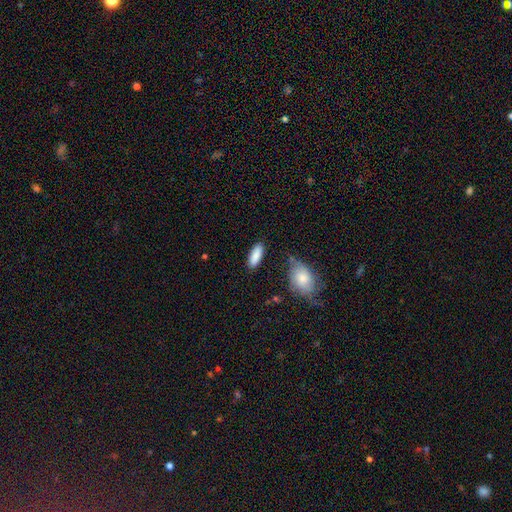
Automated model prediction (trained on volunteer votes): The model was most divided on "how rounded": in between: 70%, cigar-shaped: 28%, round: 2%. More confident: smooth or featured — smooth (88%); merging — none (80%).